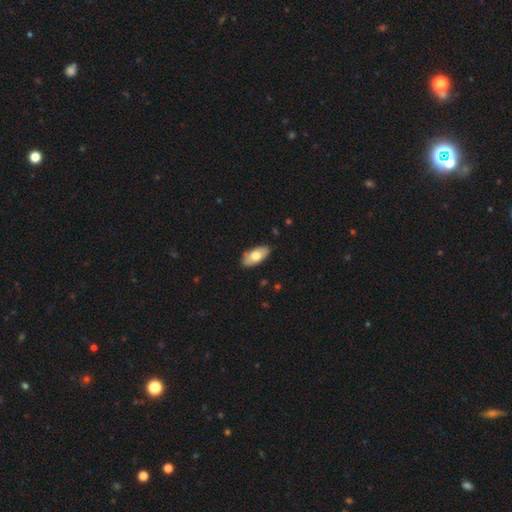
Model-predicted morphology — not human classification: A smooth galaxy with no disk features (70%) that is in between round and cigar-shaped (91%).

Vote fractions:
- Smooth or featured? smooth: 70% / featured or disk: 25% / star or artifact: 6%
- How rounded? in between: 91% / cigar-shaped: 6% / round: 3%
- Merging? none: 85% / minor disturbance: 12% / major disturbance: 2% / merger: 1%